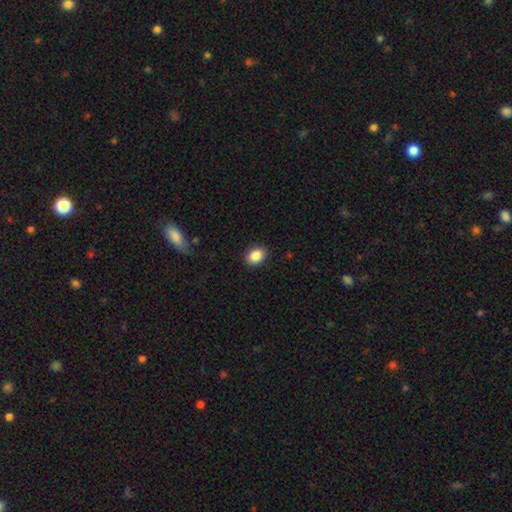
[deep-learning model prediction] Smooth or featured?
  - smooth: 87% *
  - star or artifact: 8%
  - featured or disk: 5%
How rounded?
  - in between: 67% *
  - round: 32%
  - cigar-shaped: 1%
Merging?
  - none: 90% *
  - minor disturbance: 7%
  - major disturbance: 2%
  - merger: 1%